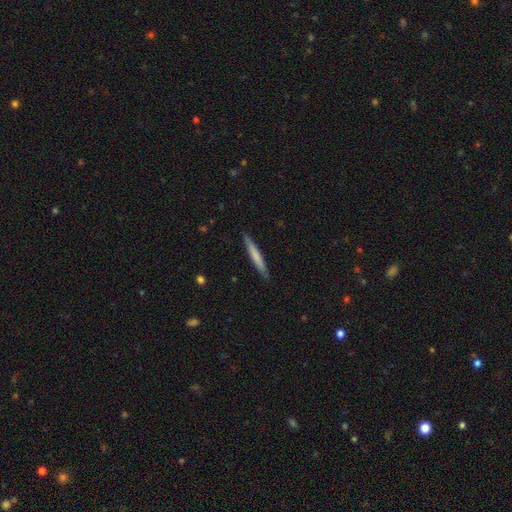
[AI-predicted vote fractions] This is likely a smooth galaxy (66%). How rounded: clearly cigar-shaped (96%). Merging: clearly none (89%).